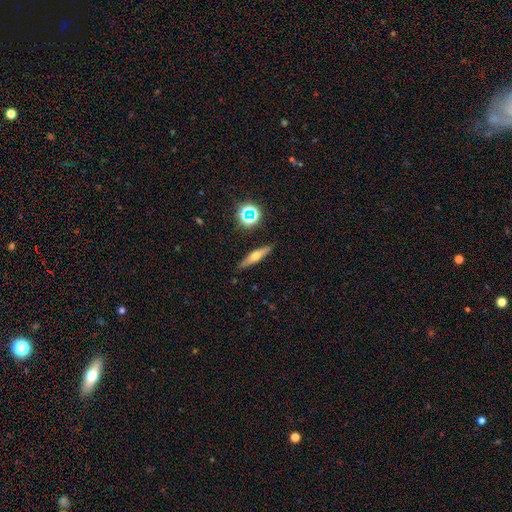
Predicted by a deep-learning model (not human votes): Smooth or featured?
  - featured or disk: 51% *
  - smooth: 38%
  - star or artifact: 10%
Edge-on disk?
  - yes: 91% *
  - no: 9%
Merging?
  - none: 88% *
  - minor disturbance: 8%
  - major disturbance: 2%
  - merger: 2%